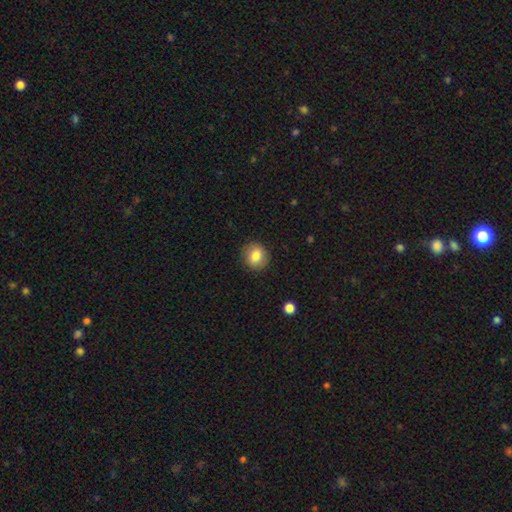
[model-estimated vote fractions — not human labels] Smooth or featured? smooth (81%)
How rounded? round (77%)
Merging? none (88%)